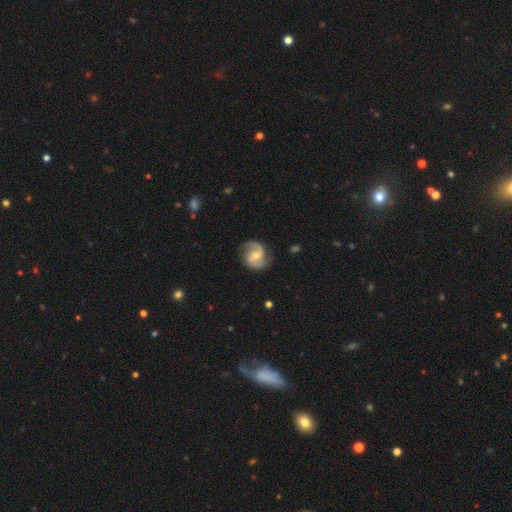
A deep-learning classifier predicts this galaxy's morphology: Smooth or featured: featured or disk — 85% (smooth — 10%)
Edge-on disk: no — 98% (yes — 2%)
Bar: weak — 45% (no — 44%)
Spiral arms: yes — 97% (no — 3%)
Spiral winding: medium — 54% (loose — 23%)
Spiral arm count: 2 — 90% (1 — 4%)
Bulge size: moderate — 57% (small — 37%)
Merging: none — 79% (minor disturbance — 14%)